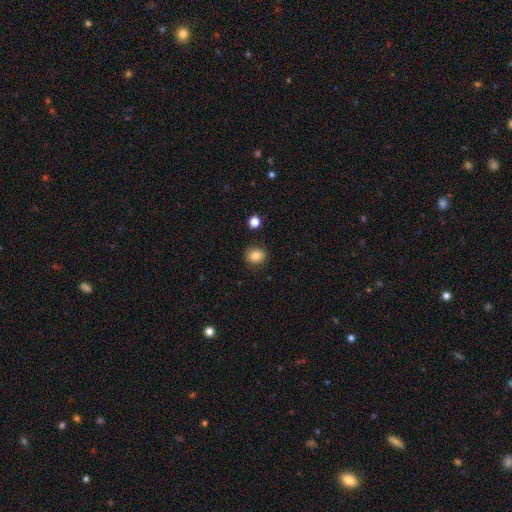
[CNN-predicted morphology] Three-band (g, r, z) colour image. It shows a smooth galaxy with no disk features (83%) that is round (65%). Merging: none (87%).